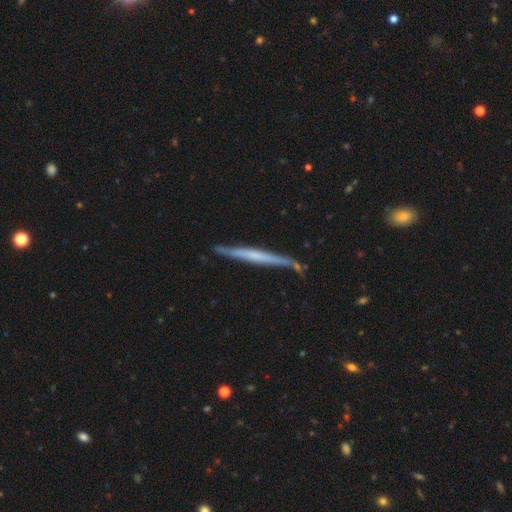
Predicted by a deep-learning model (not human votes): smooth-or-featured: featured or disk: 61% | smooth: 34% | star or artifact: 5%
  disk-edge-on: yes: 96% | no: 4%
    edge-on-bulge: none: 69% | rounded: 20% | boxy: 12%
  merging: none: 83% | minor disturbance: 12% | merger: 2% | major disturbance: 2%